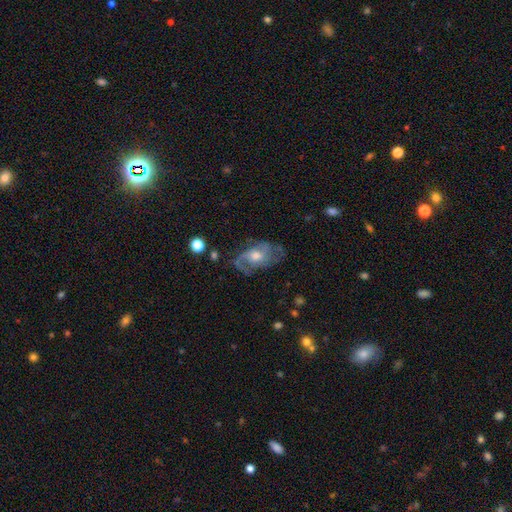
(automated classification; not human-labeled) featured or disk 76%, smooth 17%, star or artifact 8%. Down the decision tree: edge-on disk — no (95%); bar — no (68%); spiral arms — yes (87%); spiral arm count — 2 (44%); spiral winding — medium (47%); bulge size — moderate (65%); merging — none (61%).